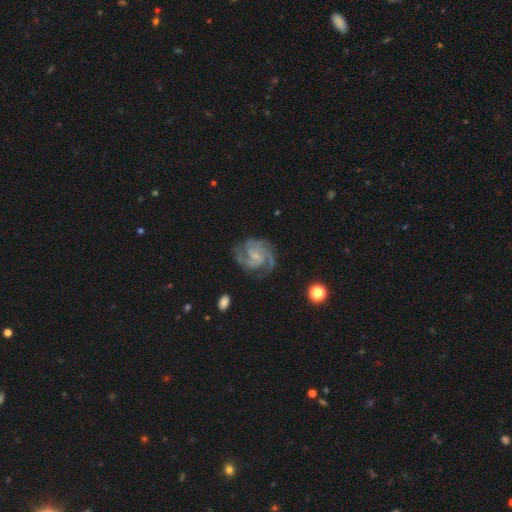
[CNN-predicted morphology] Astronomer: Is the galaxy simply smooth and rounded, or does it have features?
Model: featured or disk — 91%.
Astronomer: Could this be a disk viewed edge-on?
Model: no — 98%.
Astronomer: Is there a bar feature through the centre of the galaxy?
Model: weak — 46% (runner-up: no, 44%).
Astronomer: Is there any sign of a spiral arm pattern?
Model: yes — 98%.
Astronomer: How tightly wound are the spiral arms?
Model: medium — 50% (runner-up: tight, 41%).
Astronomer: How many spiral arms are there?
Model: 2 — 39% (runner-up: 3, 37%).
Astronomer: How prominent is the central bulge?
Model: small — 62%.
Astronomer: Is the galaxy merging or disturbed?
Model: none — 75%.